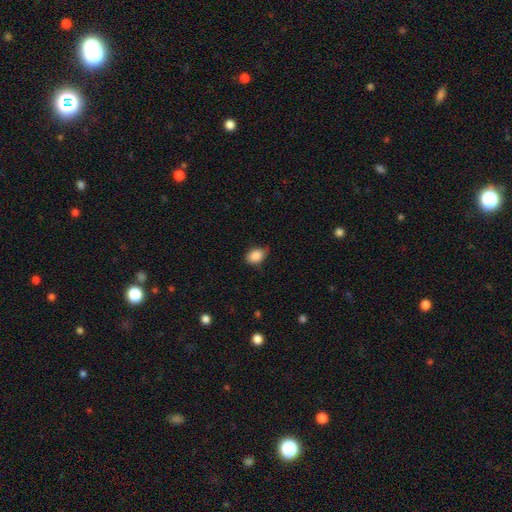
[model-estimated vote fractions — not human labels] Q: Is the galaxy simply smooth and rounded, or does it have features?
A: smooth — 88%.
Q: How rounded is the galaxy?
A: in between — 79%.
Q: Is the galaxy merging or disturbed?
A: none — 68%.